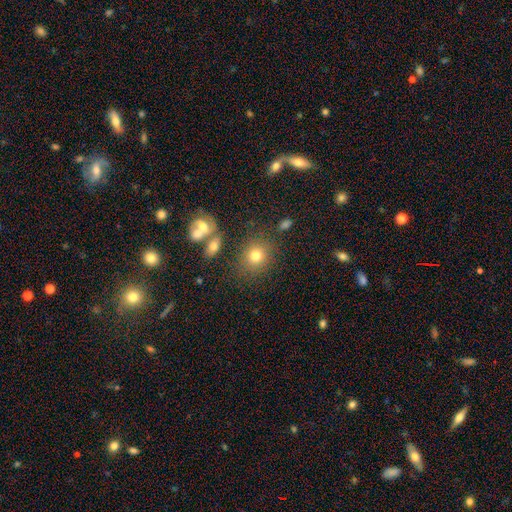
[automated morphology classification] Smooth or featured: smooth — 76% (star or artifact — 13%)
How rounded: round — 76% (in between — 23%)
Merging: none — 76% (minor disturbance — 11%)